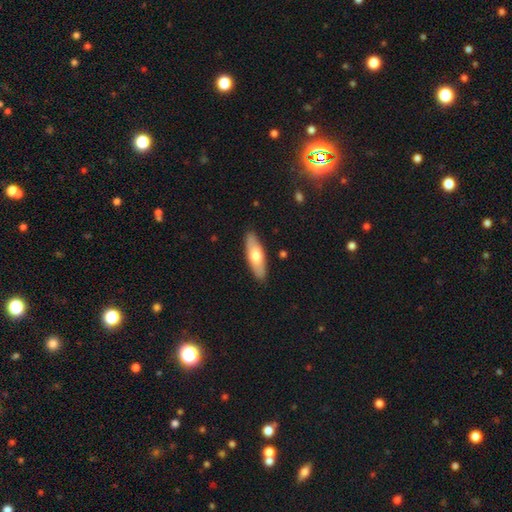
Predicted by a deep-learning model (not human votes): Overall: smooth (62%; featured or disk 33%). How rounded: in between (55%; cigar-shaped 43%). Merging: none (89%).